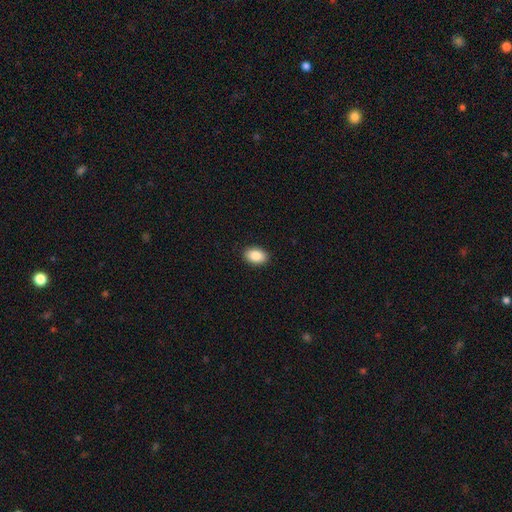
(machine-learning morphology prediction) smooth_or_featured: smooth (p=0.87) [alt: star or artifact p=0.07]
how_rounded: in between (p=0.86) [alt: round p=0.13]
merging: none (p=0.90) [alt: minor disturbance p=0.07]